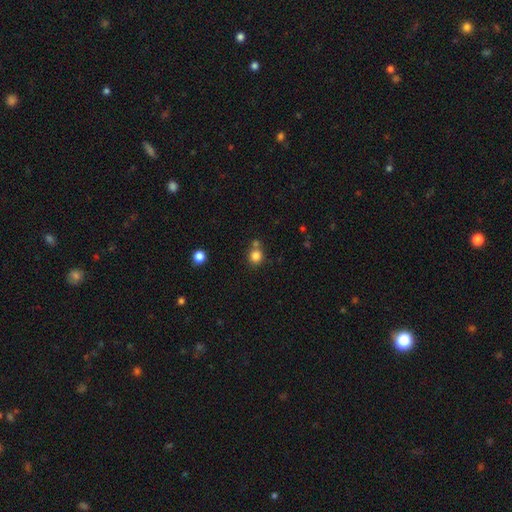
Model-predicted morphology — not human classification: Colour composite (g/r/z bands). It shows a smooth galaxy with no disk features (82%) that is round (85%). Merging: none (65%).